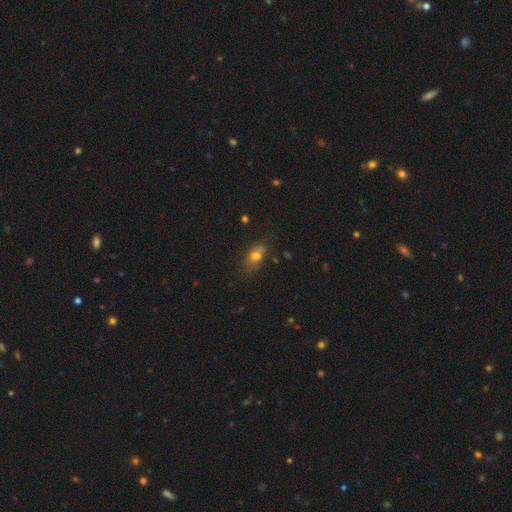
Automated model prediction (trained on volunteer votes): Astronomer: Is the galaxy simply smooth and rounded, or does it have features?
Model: smooth — 73%.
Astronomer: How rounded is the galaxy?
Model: in between — 81%.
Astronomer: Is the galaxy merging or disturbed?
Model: none — 62%.